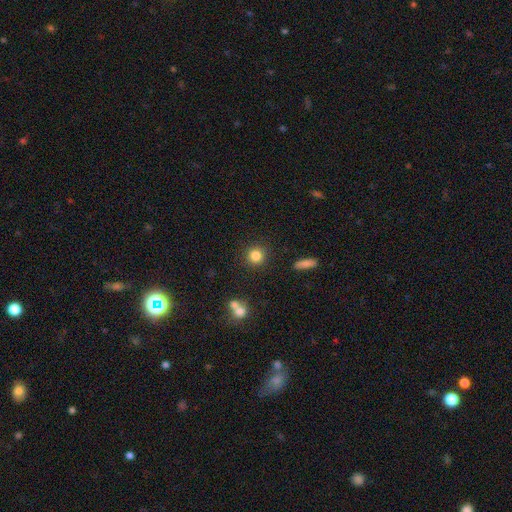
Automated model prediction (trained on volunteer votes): smooth_or_featured: smooth (p=0.83) [alt: star or artifact p=0.11]
how_rounded: round (p=0.92) [alt: in between p=0.07]
merging: none (p=0.88) [alt: minor disturbance p=0.06]